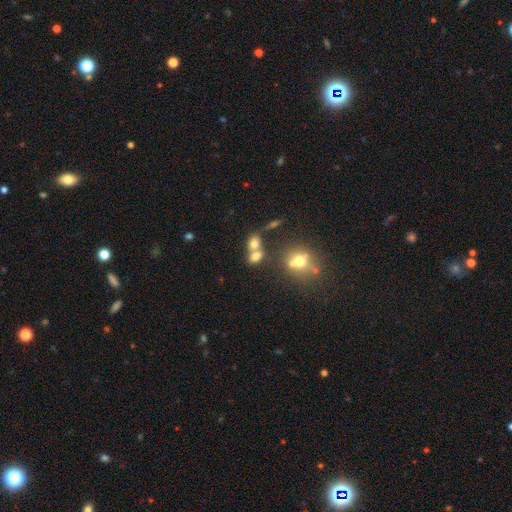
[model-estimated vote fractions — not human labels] smooth-or-featured: smooth: 72% | featured or disk: 15% | star or artifact: 14%
  how-rounded: in between: 56% | round: 41% | cigar-shaped: 2%
  merging: merger: 54% | none: 32% | minor disturbance: 9% | major disturbance: 5%